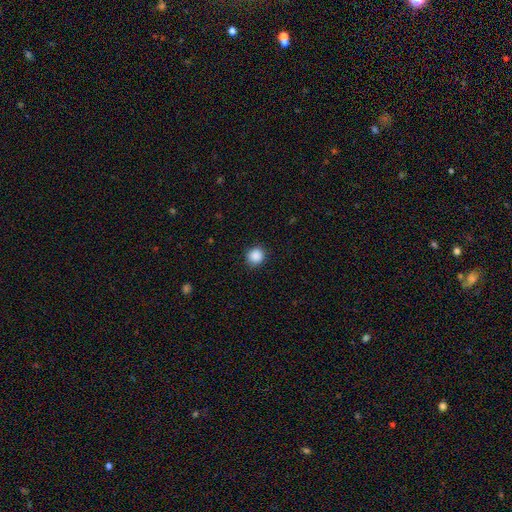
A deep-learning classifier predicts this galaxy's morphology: Smooth or featured: smooth — 88% (star or artifact — 10%)
How rounded: round — 92% (in between — 7%)
Merging: none — 89% (minor disturbance — 7%)